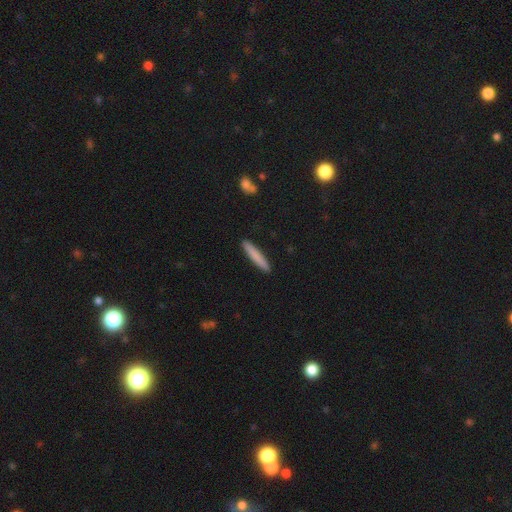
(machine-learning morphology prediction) Q: Smooth or featured?
A: smooth (81%); runner-up: featured or disk (14%)
Q: How rounded?
A: cigar-shaped (94%); runner-up: in between (5%)
Q: Merging?
A: none (92%); runner-up: minor disturbance (6%)